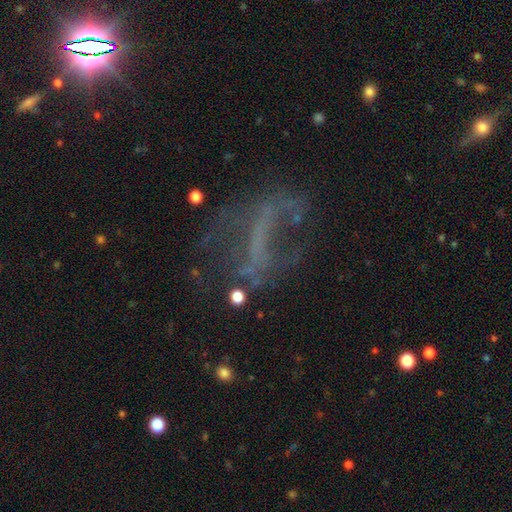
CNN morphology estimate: smooth_or_featured: featured or disk (p=0.57) [alt: star or artifact p=0.24]
disk_edge_on: no (p=0.91) [alt: yes p=0.09]
bar: no (p=0.44) [alt: strong p=0.32]
has_spiral_arms: no (p=0.64) [alt: yes p=0.36]
bulge_size: none (p=0.74) [alt: small p=0.16]
merging: none (p=0.42) [alt: major disturbance p=0.36]